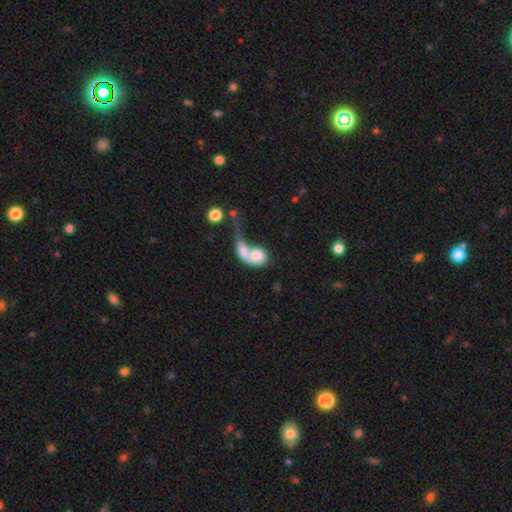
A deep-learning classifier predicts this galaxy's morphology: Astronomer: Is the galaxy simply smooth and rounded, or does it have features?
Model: smooth — 67%.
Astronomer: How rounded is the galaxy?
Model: in between — 51% (runner-up: round, 46%).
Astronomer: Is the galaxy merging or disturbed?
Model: merger — 73%.